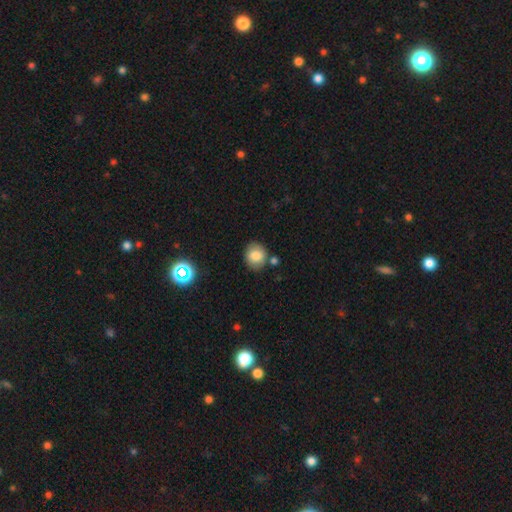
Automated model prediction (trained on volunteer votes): Overall: smooth (80%). How rounded: round (76%). Merging: none (77%).